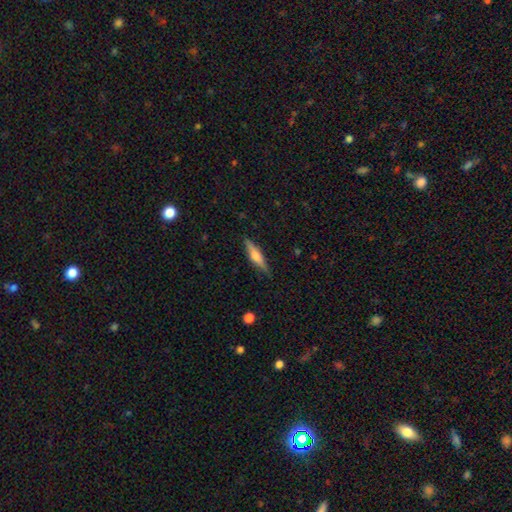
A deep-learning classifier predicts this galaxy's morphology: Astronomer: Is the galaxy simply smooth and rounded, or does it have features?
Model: featured or disk — 50% (runner-up: smooth, 43%).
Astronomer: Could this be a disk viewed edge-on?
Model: yes — 95%.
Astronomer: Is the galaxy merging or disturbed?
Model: none — 86%.